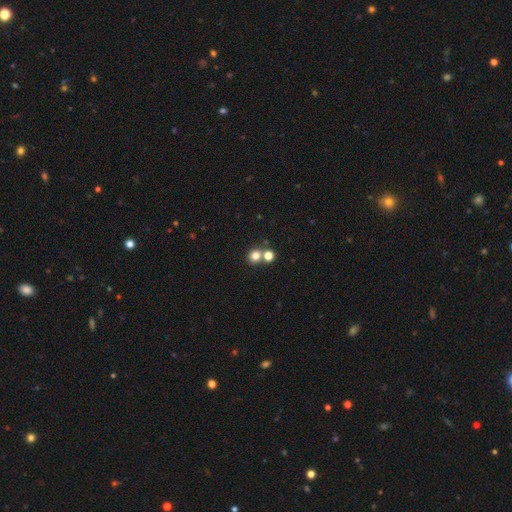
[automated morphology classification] This appears to be a smooth galaxy with no disk features (78%) that is round (85%). Merging: none (59%).